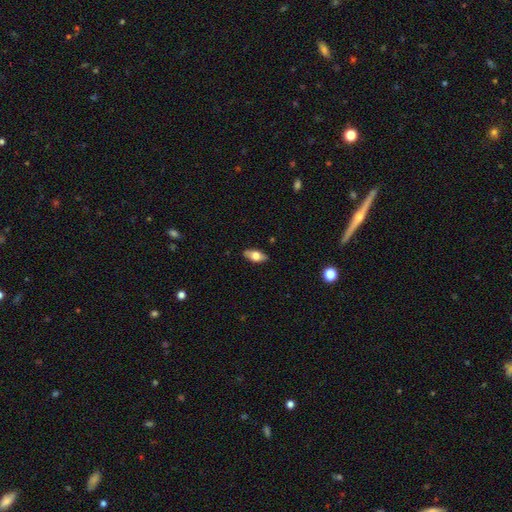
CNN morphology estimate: The model was most divided on "smooth or featured": smooth: 67%, featured or disk: 26%, star or artifact: 7%. More confident: how rounded — in between (87%); merging — none (86%).